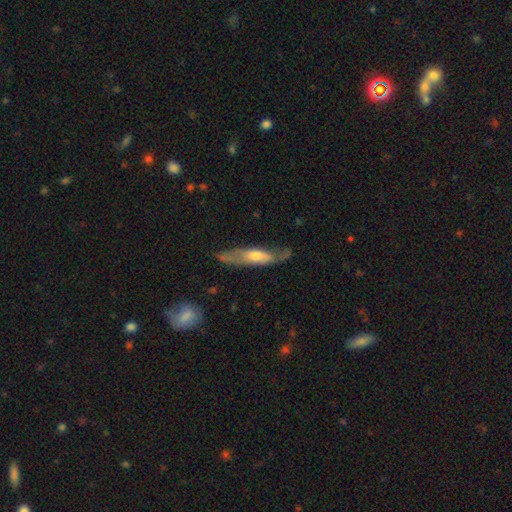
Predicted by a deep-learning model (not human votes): smooth_or_featured: featured or disk (p=0.52) [alt: smooth p=0.43]
disk_edge_on: yes (p=0.53) [alt: no p=0.47]
merging: none (p=0.58) [alt: minor disturbance p=0.27]